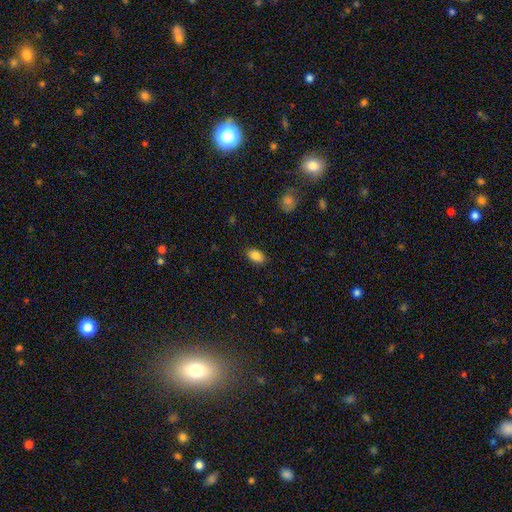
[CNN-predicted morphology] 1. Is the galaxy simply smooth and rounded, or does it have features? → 86% smooth, 8% star or artifact, 6% featured or disk.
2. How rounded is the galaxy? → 88% in between, 10% round, 1% cigar-shaped.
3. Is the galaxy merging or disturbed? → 87% none, 10% minor disturbance, 2% major disturbance, 1% merger.